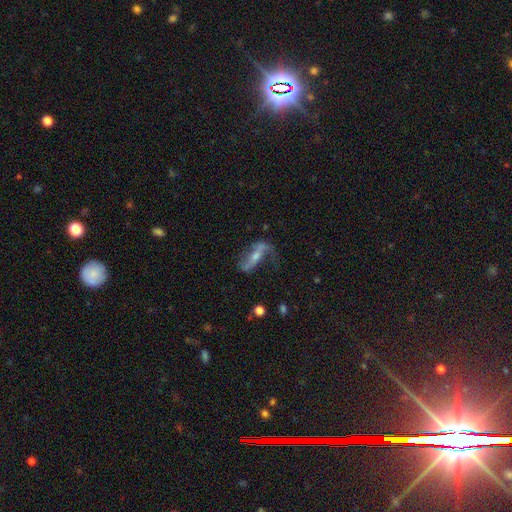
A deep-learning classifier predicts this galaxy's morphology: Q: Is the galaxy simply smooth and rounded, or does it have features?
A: featured or disk — 76%.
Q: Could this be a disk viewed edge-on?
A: no — 80%.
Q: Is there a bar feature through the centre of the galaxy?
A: strong — 48%.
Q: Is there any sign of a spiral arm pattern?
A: yes — 87%.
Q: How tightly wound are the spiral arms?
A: loose — 70%.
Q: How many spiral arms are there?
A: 2 — 81%.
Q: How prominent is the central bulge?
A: small — 50%.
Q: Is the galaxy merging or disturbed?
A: none — 57%.